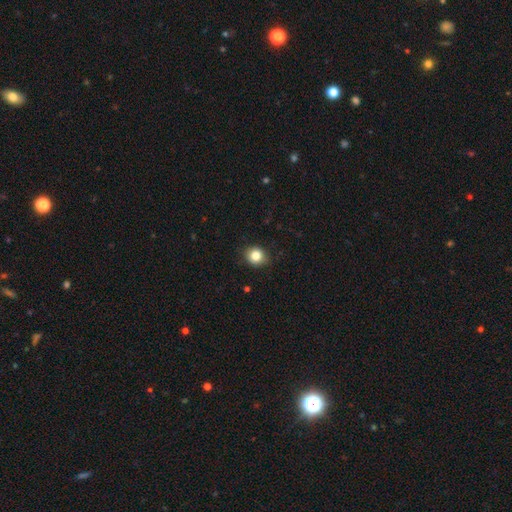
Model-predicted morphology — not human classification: type=smooth (84%); roundness=round (77%); merging=none (87%).